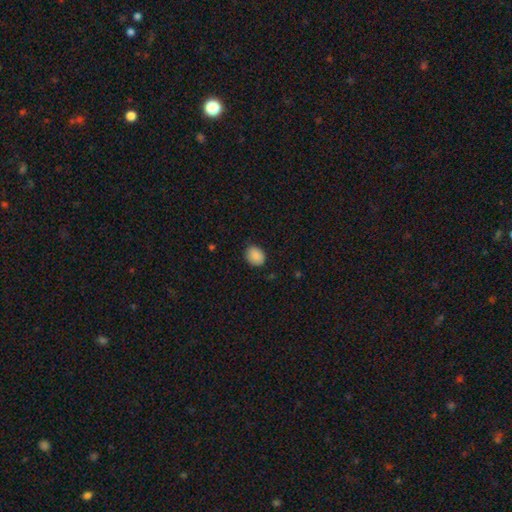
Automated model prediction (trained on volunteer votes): Morphology: type=smooth (88%); roundness=in between (51%); merging=none (80%).